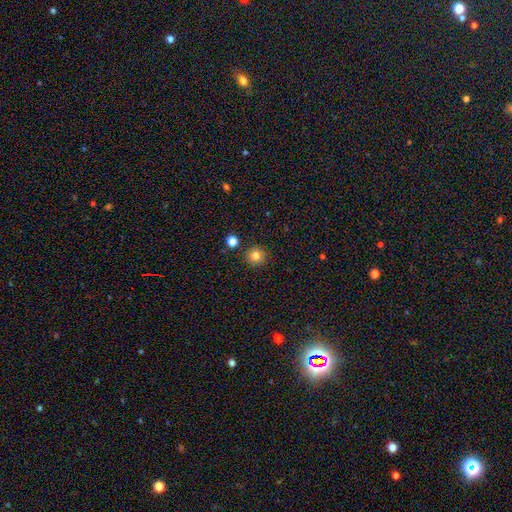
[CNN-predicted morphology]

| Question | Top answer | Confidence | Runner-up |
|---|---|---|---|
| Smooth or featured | smooth | 80% | star or artifact (13%) |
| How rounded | round | 95% | in between (4%) |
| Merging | none | 90% | minor disturbance (5%) |